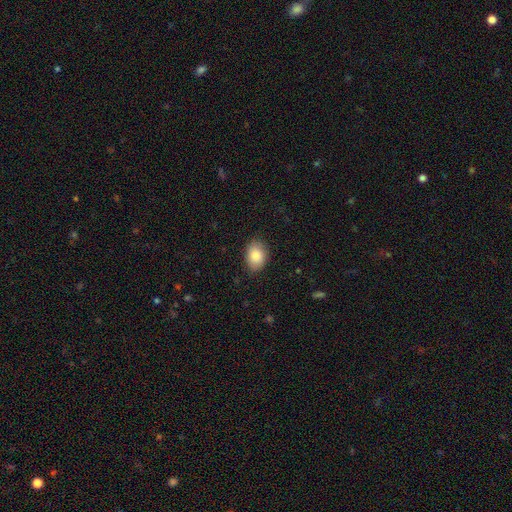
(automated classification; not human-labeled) This appears to be a smooth galaxy with no disk features (86%) that is in between round and cigar-shaped (78%). Merging: none (85%).